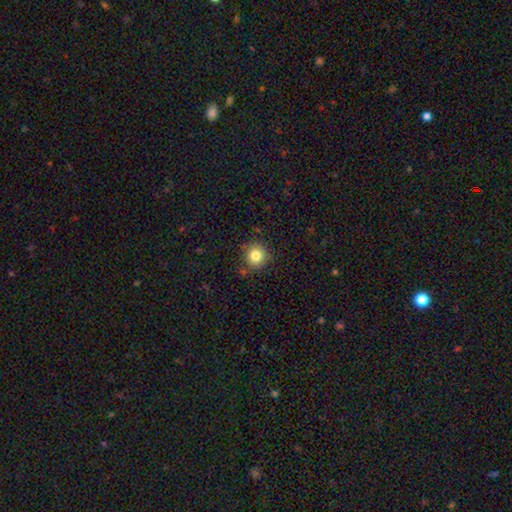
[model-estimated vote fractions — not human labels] This is clearly a smooth galaxy (82%). How rounded: clearly round (92%). Merging: clearly none (84%).